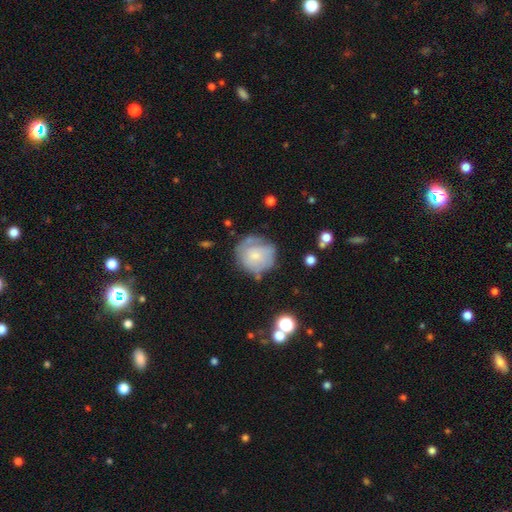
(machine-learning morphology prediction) smooth 56%, featured or disk 37%, star or artifact 8%. Down the decision tree: how rounded — round (86%); merging — none (57%).